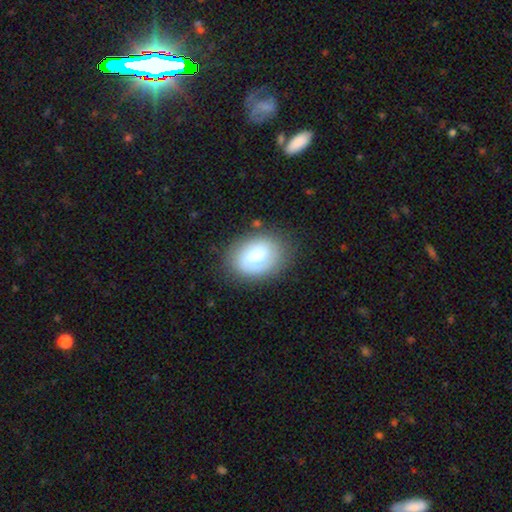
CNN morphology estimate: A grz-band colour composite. It shows a smooth galaxy with no disk features (57%) that is in between round and cigar-shaped (77%). Merging: none (74%).